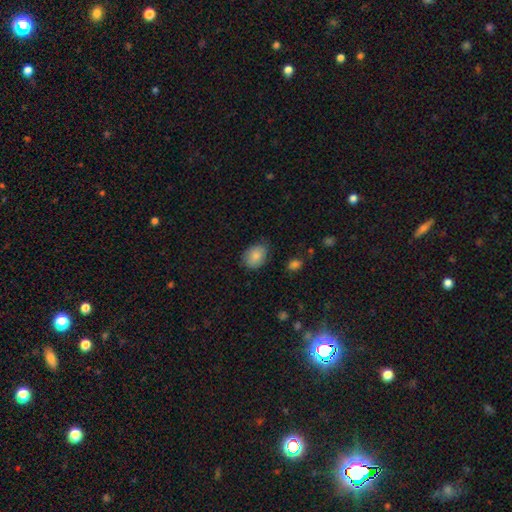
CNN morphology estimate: Overall: smooth (85%). How rounded: in between (71%). Merging: none (77%).